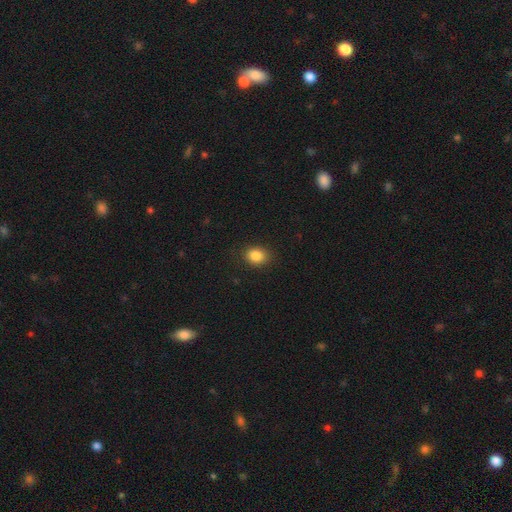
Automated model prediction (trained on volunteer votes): This appears to be a smooth galaxy with no disk features (86%) that is in between round and cigar-shaped (53%). Merging: none (86%).